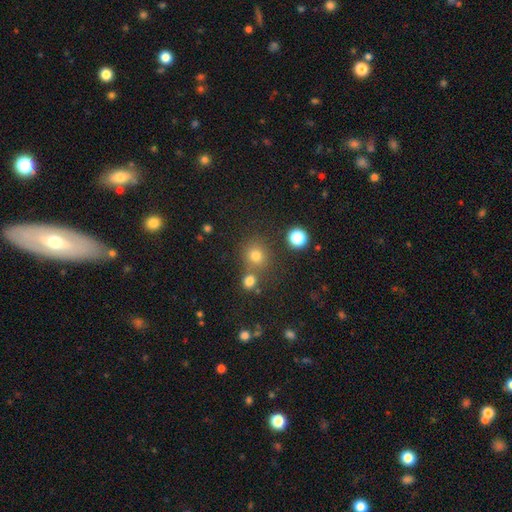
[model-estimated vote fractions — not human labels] This is likely a smooth galaxy (75%). How rounded: clearly round (86%). Merging: likely none (69%).